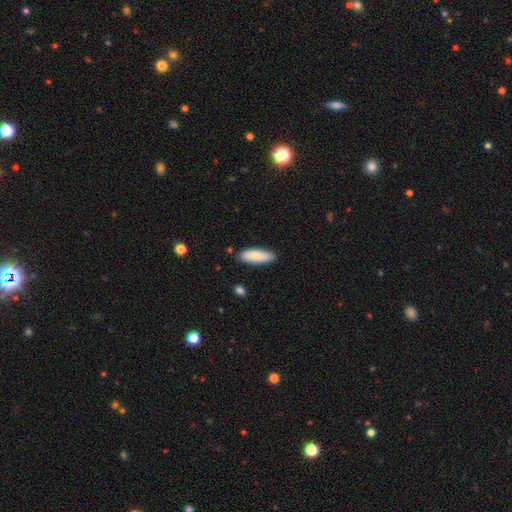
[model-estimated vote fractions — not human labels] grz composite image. It shows a smooth galaxy with no disk features (82%) that is in between round and cigar-shaped (58%). Merging: none (85%).